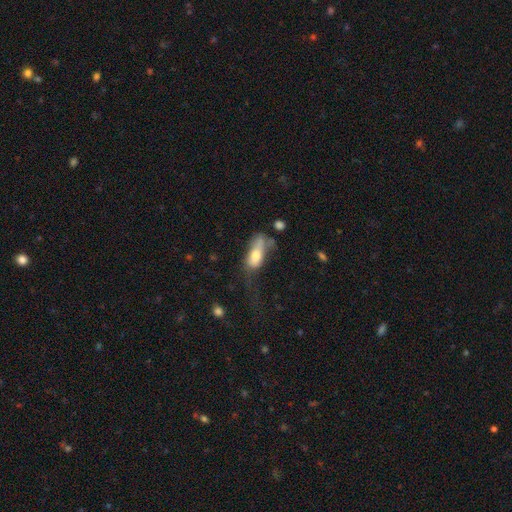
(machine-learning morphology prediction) A smooth galaxy with no disk features (67%) that is in between round and cigar-shaped (76%).

Vote fractions:
- Smooth or featured? smooth: 67% / featured or disk: 25% / star or artifact: 8%
- How rounded? in between: 76% / cigar-shaped: 20% / round: 4%
- Merging? major disturbance: 39% / minor disturbance: 24% / none: 24% / merger: 13%